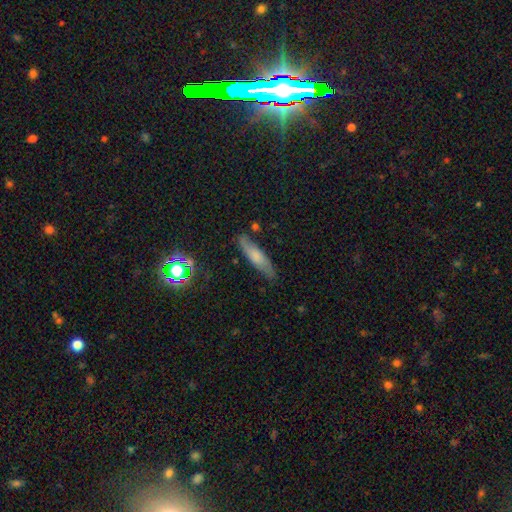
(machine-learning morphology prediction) Smooth or featured? smooth (55%)
How rounded? cigar-shaped (71%)
Merging? none (76%)